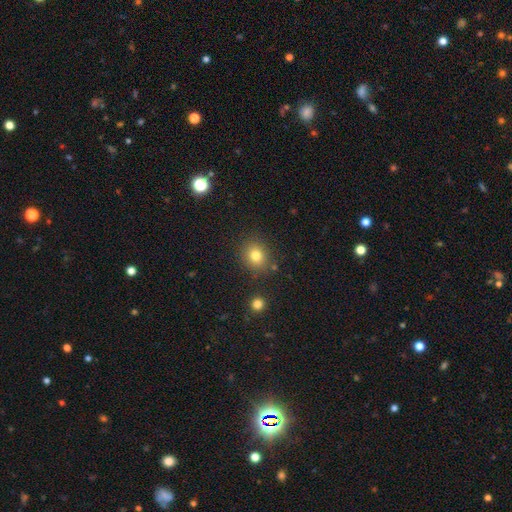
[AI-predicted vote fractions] Q: Smooth or featured?
A: smooth (79%); runner-up: star or artifact (13%)
Q: How rounded?
A: round (76%); runner-up: in between (23%)
Q: Merging?
A: none (84%); runner-up: minor disturbance (9%)